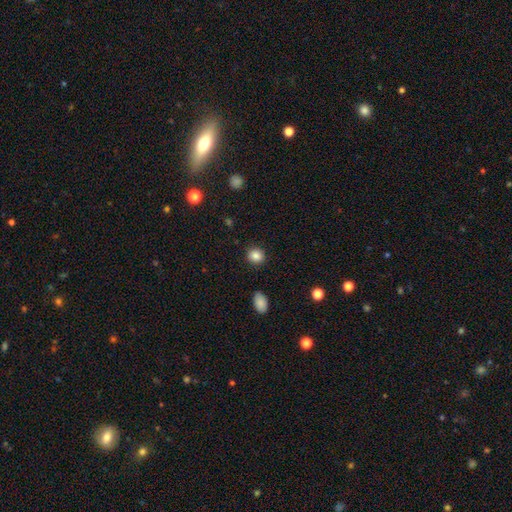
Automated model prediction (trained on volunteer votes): Smooth or featured? smooth (86%)
How rounded? round (85%)
Merging? none (90%)